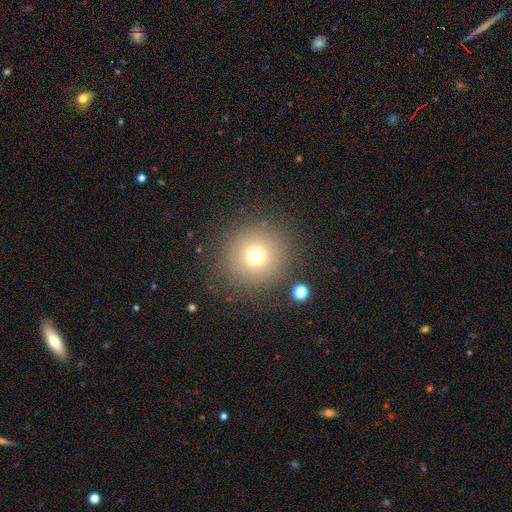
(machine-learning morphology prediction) A smooth galaxy with no disk features (72%) that is round (95%).

Vote fractions:
- Smooth or featured? smooth: 72% / star or artifact: 17% / featured or disk: 11%
- How rounded? round: 95% / in between: 4% / cigar-shaped: 1%
- Merging? none: 85% / minor disturbance: 8% / major disturbance: 5% / merger: 2%